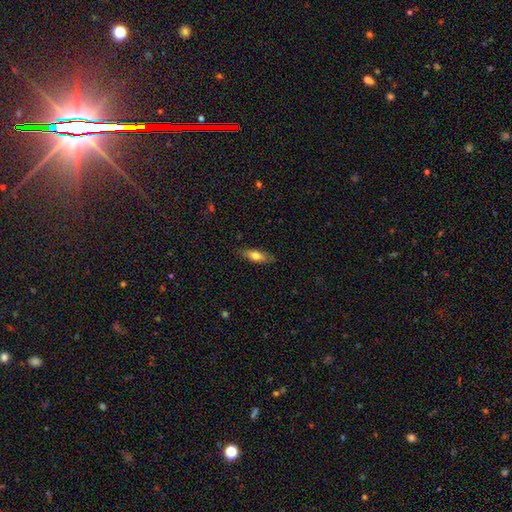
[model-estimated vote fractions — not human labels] Morphology: type=smooth (61%); roundness=in between (49%); merging=none (82%).